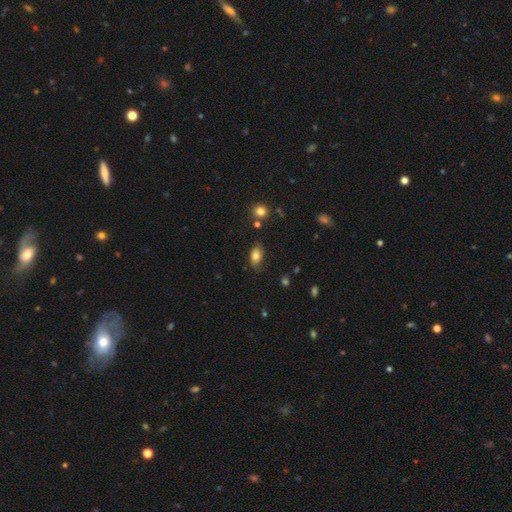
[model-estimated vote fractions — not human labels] smooth-or-featured: smooth: 77% | featured or disk: 14% | star or artifact: 9%
  how-rounded: in between: 89% | round: 8% | cigar-shaped: 3%
  merging: none: 67% | minor disturbance: 24% | major disturbance: 6% | merger: 3%